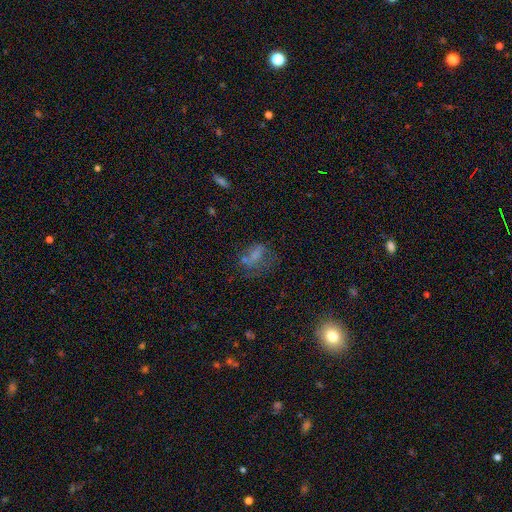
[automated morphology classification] Smooth or featured?
  - smooth: 51% *
  - featured or disk: 29%
  - star or artifact: 20%
How rounded?
  - in between: 73% *
  - round: 23%
  - cigar-shaped: 4%
Merging?
  - none: 35% *
  - major disturbance: 32%
  - minor disturbance: 21%
  - merger: 13%